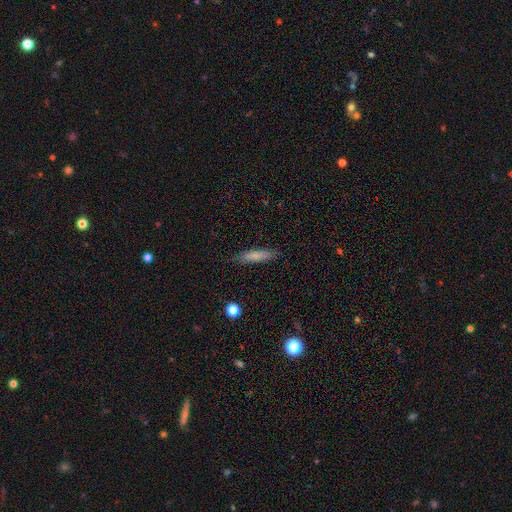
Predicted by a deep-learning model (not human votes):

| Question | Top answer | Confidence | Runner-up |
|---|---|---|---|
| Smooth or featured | smooth | 75% | featured or disk (18%) |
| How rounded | cigar-shaped | 80% | in between (19%) |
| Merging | none | 84% | minor disturbance (12%) |